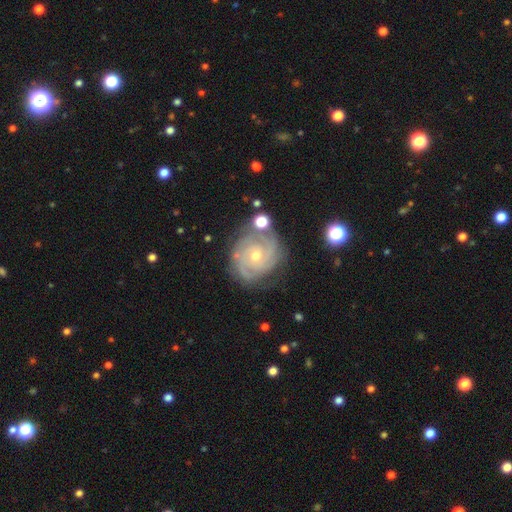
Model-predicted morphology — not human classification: The model was most divided on "spiral arm count": 3: 31%, 2: 27%, can't tell: 19%, 4: 12%, more than 4: 5%, 1: 5%. More confident: edge-on disk — no (98%); spiral arms — yes (97%); smooth or featured — featured or disk (87%); bar — no (77%); merging — none (73%); spiral winding — tight (73%); bulge size — small (59%).